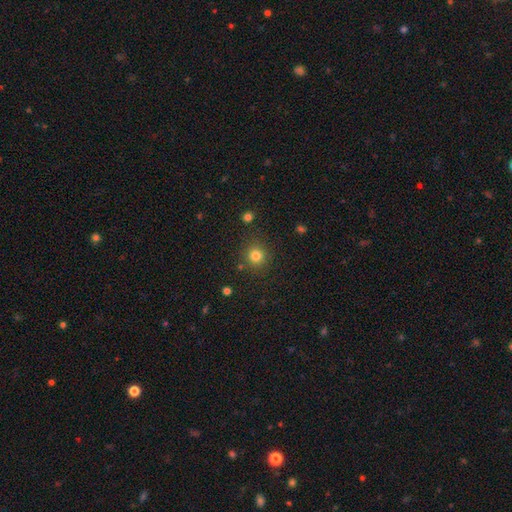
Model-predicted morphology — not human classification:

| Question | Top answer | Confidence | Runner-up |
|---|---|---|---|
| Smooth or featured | smooth | 81% | star or artifact (13%) |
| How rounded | round | 91% | in between (8%) |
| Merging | none | 85% | minor disturbance (8%) |